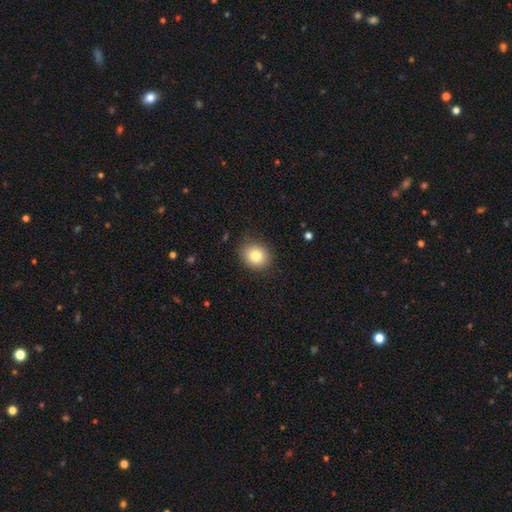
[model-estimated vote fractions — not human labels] Smooth or featured: smooth — 82% (star or artifact — 9%)
How rounded: round — 67% (in between — 32%)
Merging: none — 86% (minor disturbance — 10%)